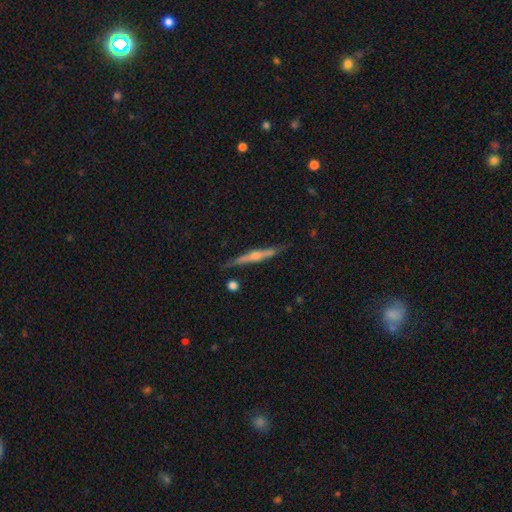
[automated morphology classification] Smooth or featured? featured or disk (68%)
Edge-on disk? yes (97%)
Edge-on bulge? rounded (71%)
Merging? none (82%)